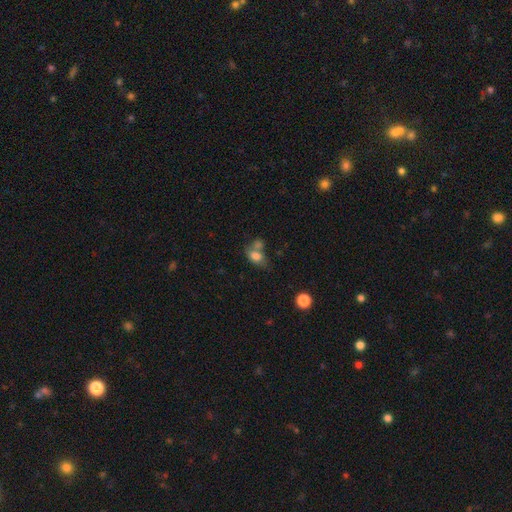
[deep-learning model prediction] Smooth or featured? Predicted: smooth (p=0.75). How rounded? Predicted: in between (p=0.80). Merging? Predicted: merger (p=0.42).